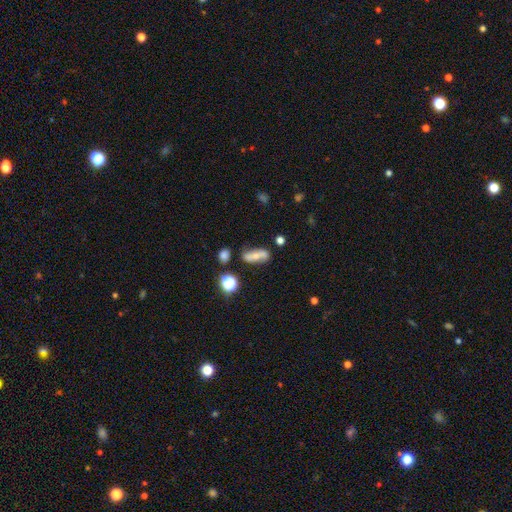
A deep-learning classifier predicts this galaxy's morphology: Smooth or featured?
  - smooth: 48% *
  - featured or disk: 41%
  - star or artifact: 11%
Merging?
  - none: 69% *
  - minor disturbance: 18%
  - merger: 6%
  - major disturbance: 6%